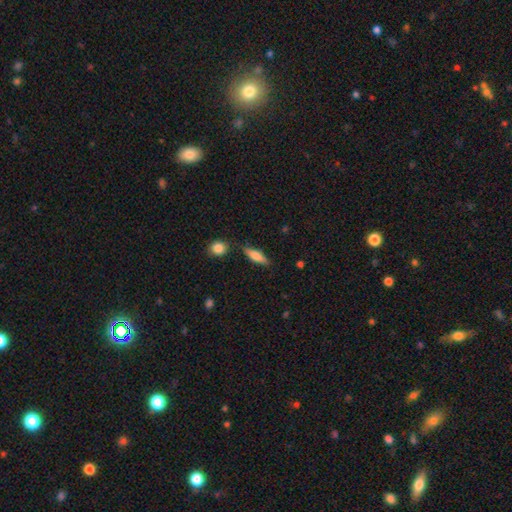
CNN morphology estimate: smooth_or_featured: smooth (p=0.64) [alt: featured or disk p=0.29]
how_rounded: cigar-shaped (p=0.56) [alt: in between p=0.41]
merging: none (p=0.81) [alt: minor disturbance p=0.12]